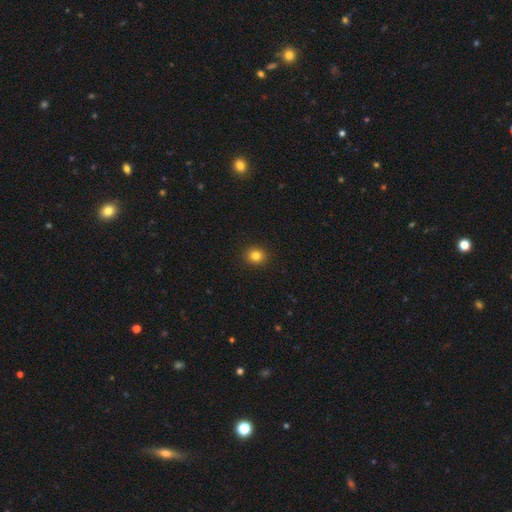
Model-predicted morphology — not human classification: A smooth galaxy with no disk features (82%) that is round (81%). Merging: none (92%).